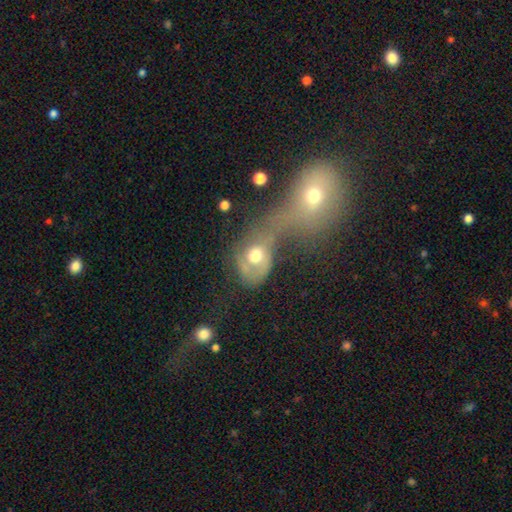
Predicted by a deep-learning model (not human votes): This appears to be a smooth galaxy with no disk features (47%). Merging: merger (60%).